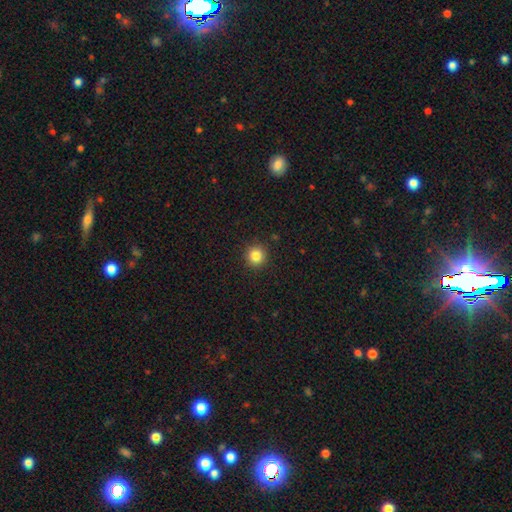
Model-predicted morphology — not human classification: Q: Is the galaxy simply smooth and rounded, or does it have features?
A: smooth — 84%.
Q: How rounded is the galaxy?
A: round — 93%.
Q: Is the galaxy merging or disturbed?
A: none — 91%.